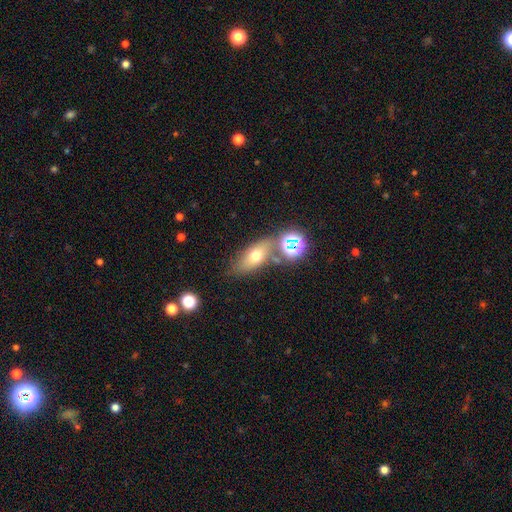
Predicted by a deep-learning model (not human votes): smooth 61%, featured or disk 23%, star or artifact 16%. Down the decision tree: how rounded — in between (74%); merging — none (63%).